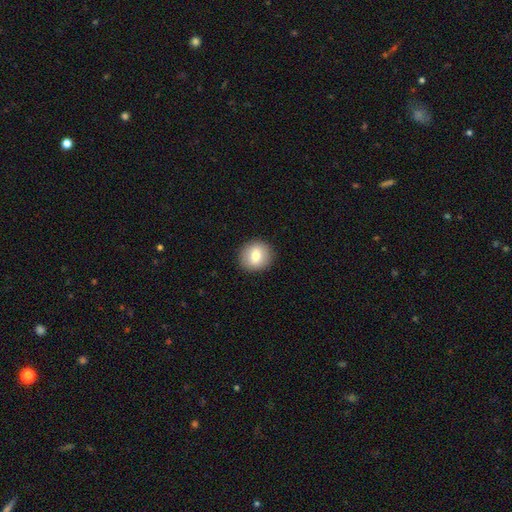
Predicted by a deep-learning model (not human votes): This is likely a smooth galaxy (72%). How rounded: clearly round (86%). Merging: clearly none (90%).